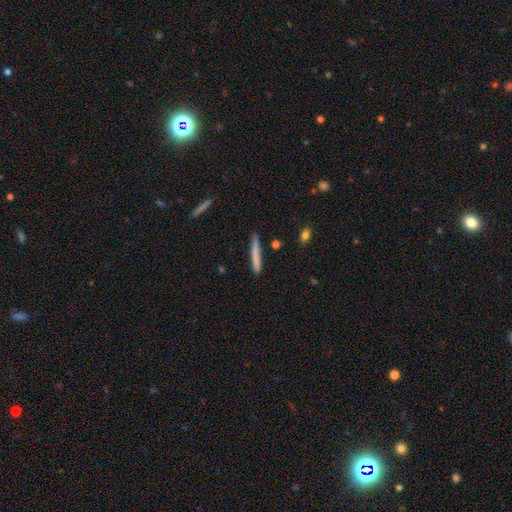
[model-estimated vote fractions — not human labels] Smooth or featured? smooth (72%)
How rounded? cigar-shaped (96%)
Merging? none (86%)